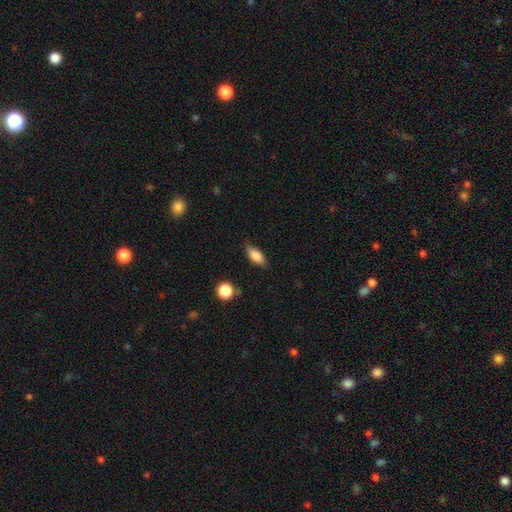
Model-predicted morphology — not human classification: A smooth galaxy with no disk features (79%) that is in between round and cigar-shaped (77%).

Vote fractions:
- Smooth or featured? smooth: 79% / featured or disk: 14% / star or artifact: 8%
- How rounded? in between: 77% / cigar-shaped: 19% / round: 4%
- Merging? none: 77% / minor disturbance: 17% / major disturbance: 4% / merger: 2%